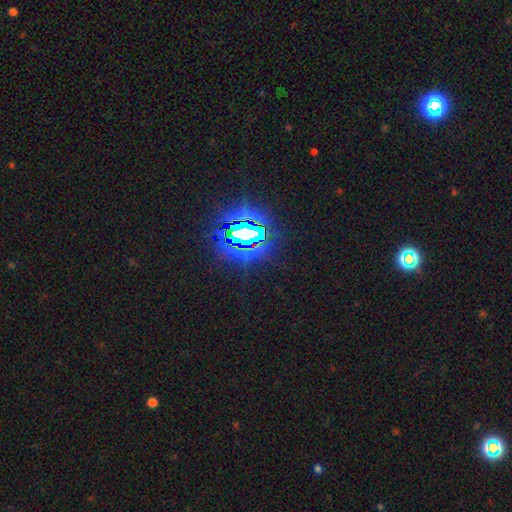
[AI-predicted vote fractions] smooth-or-featured: star or artifact: 84% | smooth: 10% | featured or disk: 7%